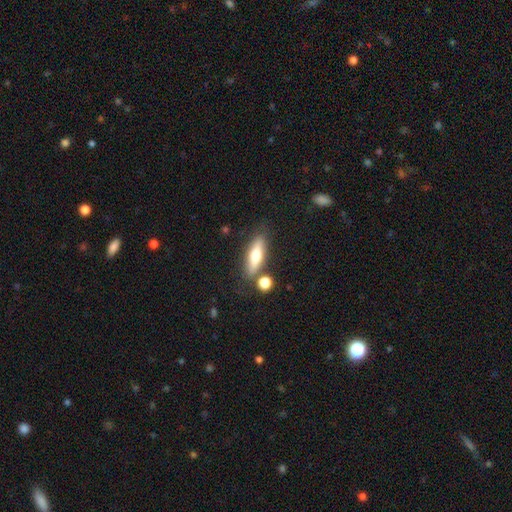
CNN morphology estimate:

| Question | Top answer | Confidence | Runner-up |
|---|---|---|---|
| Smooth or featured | smooth | 59% | featured or disk (34%) |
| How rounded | cigar-shaped | 53% | in between (43%) |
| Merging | none | 76% | minor disturbance (12%) |